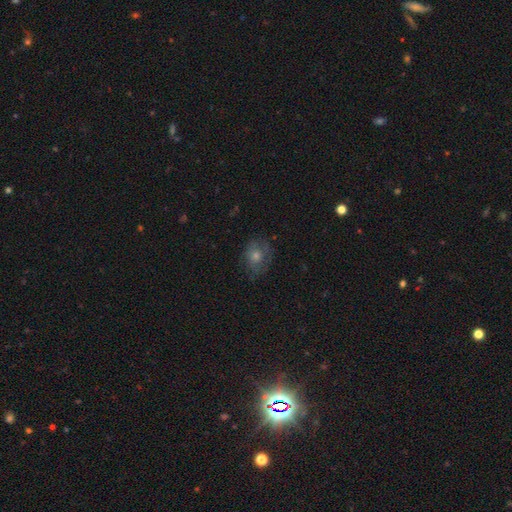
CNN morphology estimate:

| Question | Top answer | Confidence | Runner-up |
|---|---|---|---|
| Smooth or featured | smooth | 50% | featured or disk (30%) |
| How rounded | round | 62% | in between (37%) |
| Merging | none | 73% | minor disturbance (18%) |